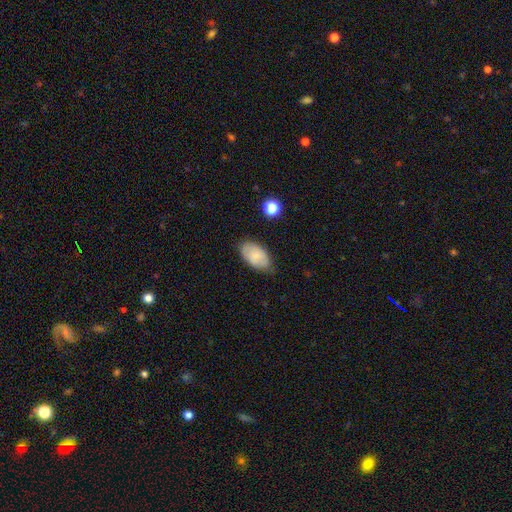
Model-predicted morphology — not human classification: type=smooth (74%); roundness=in between (93%); merging=none (73%).